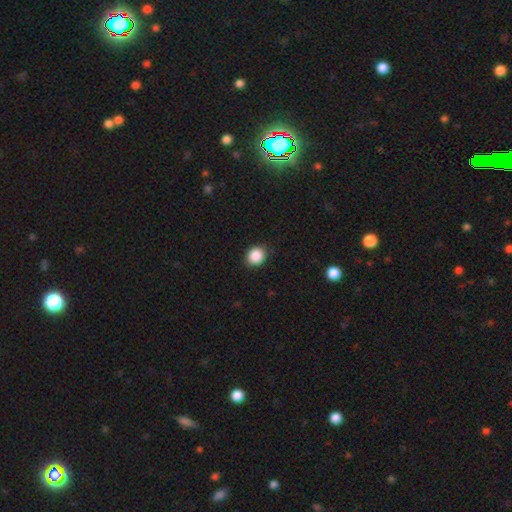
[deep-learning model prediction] A smooth galaxy with no disk features (88%) that is round (76%).

Vote fractions:
- Smooth or featured? smooth: 88% / star or artifact: 9% / featured or disk: 3%
- How rounded? round: 76% / in between: 23% / cigar-shaped: 1%
- Merging? none: 88% / minor disturbance: 9% / major disturbance: 2% / merger: 1%